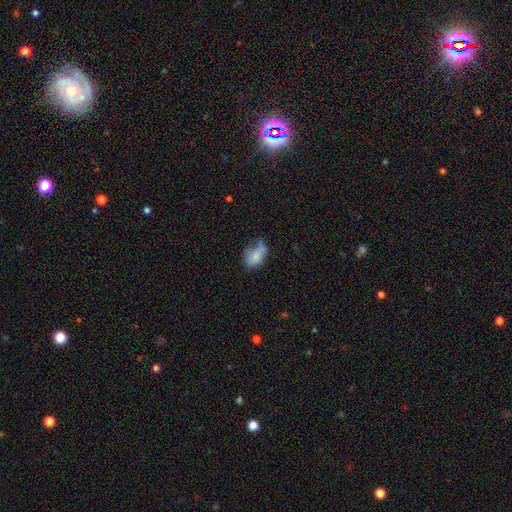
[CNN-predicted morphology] This is likely a smooth galaxy (76%). How rounded: clearly in between (81%). Merging: marginally none (32%, tied with minor disturbance).